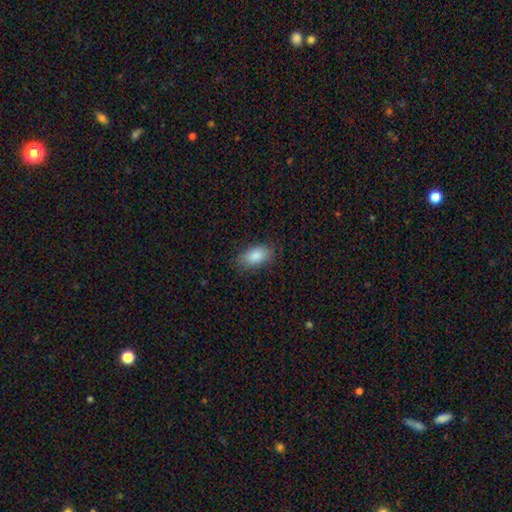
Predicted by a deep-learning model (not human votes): Morphology: type=smooth (86%); roundness=in between (91%); merging=none (81%).